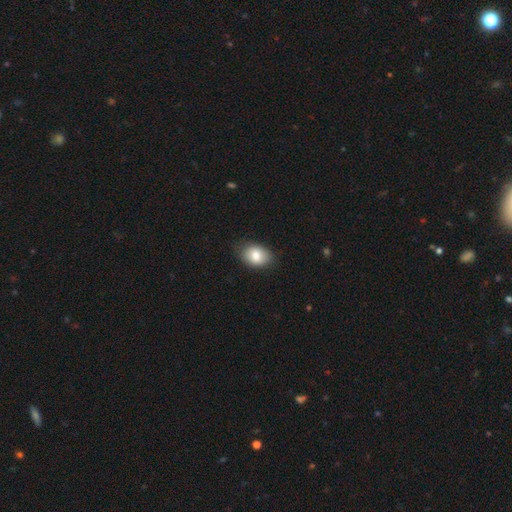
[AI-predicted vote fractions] A smooth galaxy with no disk features (81%) that is in between round and cigar-shaped (79%). Merging: none (81%).